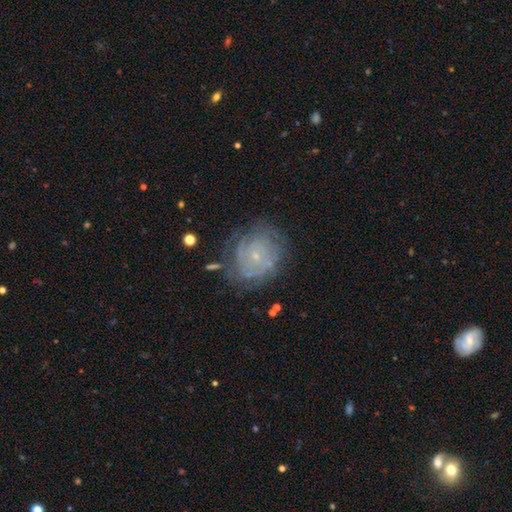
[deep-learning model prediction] Smooth or featured: featured or disk — 61% (smooth — 21%)
Edge-on disk: no — 97% (yes — 3%)
Bar: no — 74% (weak — 21%)
Spiral arms: yes — 86% (no — 14%)
Spiral winding: tight — 72% (medium — 21%)
Spiral arm count: can't tell — 49% (2 — 17%)
Bulge size: small — 80% (moderate — 14%)
Merging: none — 77% (minor disturbance — 15%)